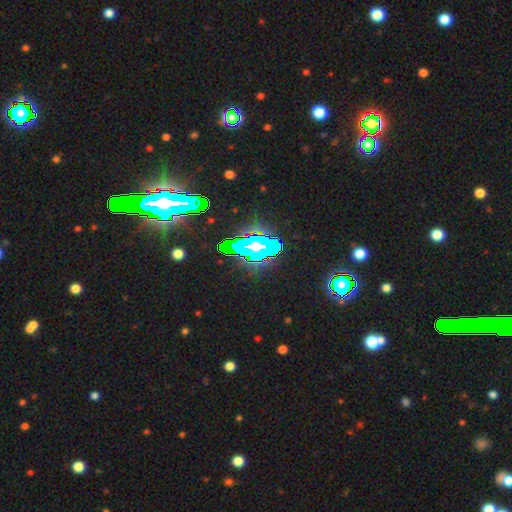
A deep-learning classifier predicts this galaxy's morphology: A star or artifact, not a galaxy (84%).